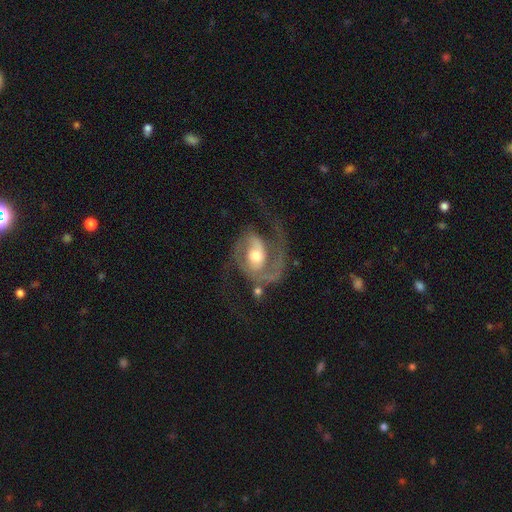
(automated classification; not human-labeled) This is clearly a featured or disk galaxy (86%). It is clearly not viewed edge-on (97%). Bar: possibly no (50%). Spiral arm pattern: clearly yes (94%). Spiral arm count: possibly 2 (59%). Spiral winding: possibly medium (49%). Central bulge: likely moderate (69%). Merging: marginally none (41%).